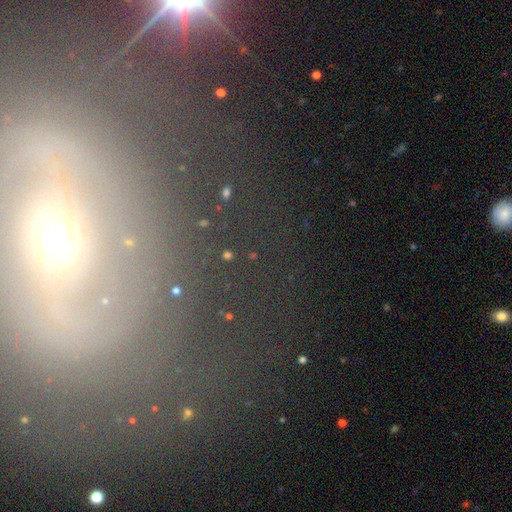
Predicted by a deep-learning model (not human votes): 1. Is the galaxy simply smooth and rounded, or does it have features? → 55% featured or disk, 27% star or artifact, 18% smooth.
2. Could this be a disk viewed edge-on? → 89% no, 11% yes.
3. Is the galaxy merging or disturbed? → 73% none, 13% minor disturbance, 10% major disturbance, 4% merger.